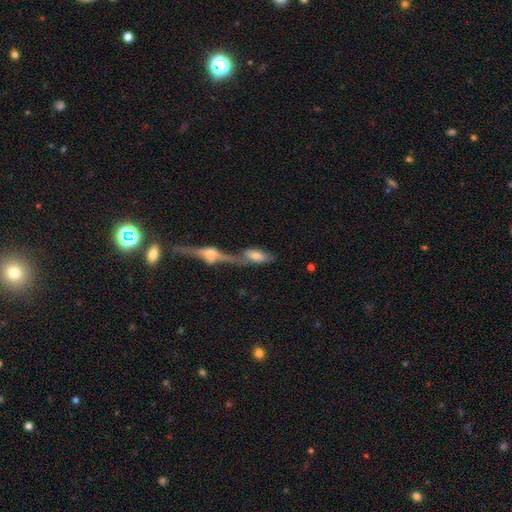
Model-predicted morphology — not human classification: This appears to be a smooth galaxy with no disk features (49%). Merging: merger (58%).